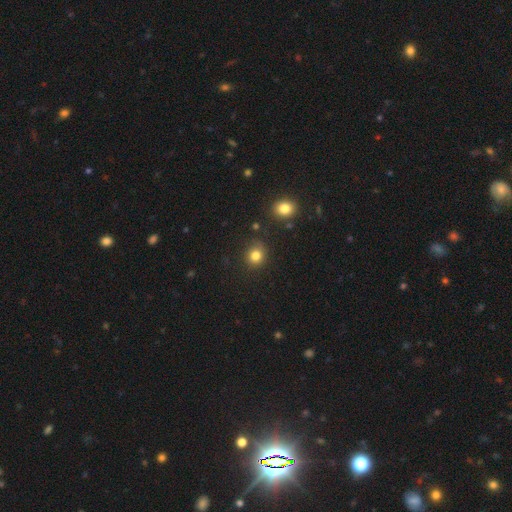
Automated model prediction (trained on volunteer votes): Smooth or featured: smooth — 82% (star or artifact — 13%)
How rounded: round — 83% (in between — 16%)
Merging: none — 83% (minor disturbance — 11%)